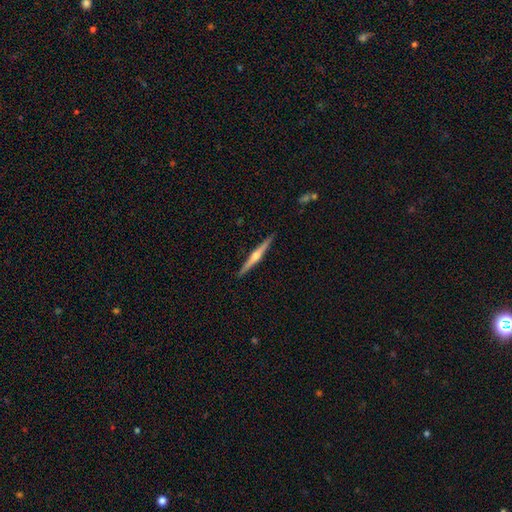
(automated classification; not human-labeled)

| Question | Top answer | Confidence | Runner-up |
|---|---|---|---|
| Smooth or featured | featured or disk | 75% | smooth (20%) |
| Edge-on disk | yes | 98% | no (2%) |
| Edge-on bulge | rounded | 90% | none (6%) |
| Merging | none | 92% | minor disturbance (6%) |